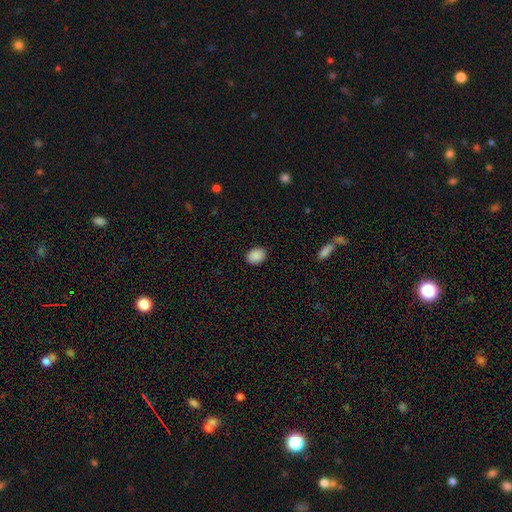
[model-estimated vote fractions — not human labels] Morphology: type=smooth (89%); roundness=in between (60%); merging=none (88%).